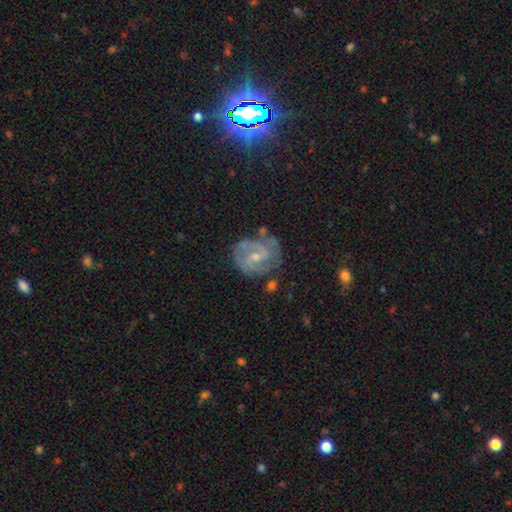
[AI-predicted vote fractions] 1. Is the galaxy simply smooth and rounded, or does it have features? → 80% featured or disk, 13% smooth, 7% star or artifact.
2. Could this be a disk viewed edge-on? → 98% no, 2% yes.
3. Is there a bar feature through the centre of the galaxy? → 54% weak, 33% no, 13% strong.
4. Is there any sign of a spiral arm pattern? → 92% yes, 8% no.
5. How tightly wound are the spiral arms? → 44% medium, 43% tight, 13% loose.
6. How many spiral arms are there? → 60% 2, 18% can't tell, 13% 3, 4% 1, 3% 4, 3% more than 4.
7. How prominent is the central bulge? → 61% small, 34% moderate, 3% none, 1% large, 1% dominant.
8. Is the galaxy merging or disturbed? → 67% none, 21% minor disturbance, 8% major disturbance, 4% merger.